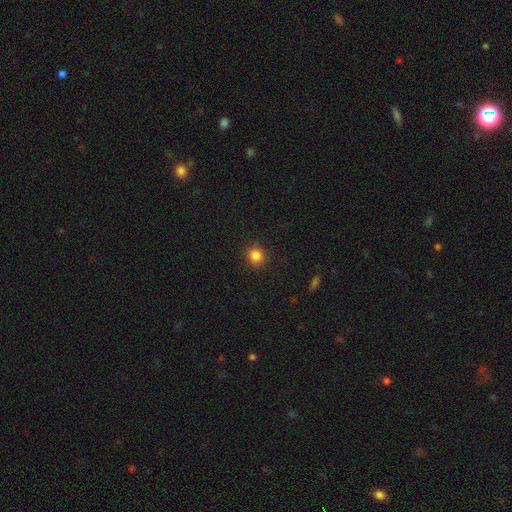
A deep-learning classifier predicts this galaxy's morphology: Smooth or featured? Predicted: smooth (p=0.84). How rounded? Predicted: round (p=0.91). Merging? Predicted: none (p=0.90).